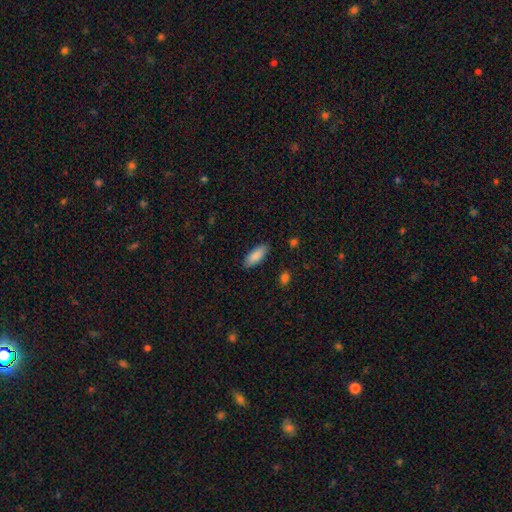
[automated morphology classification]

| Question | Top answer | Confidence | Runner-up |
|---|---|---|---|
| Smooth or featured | smooth | 88% | star or artifact (6%) |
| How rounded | in between | 75% | cigar-shaped (24%) |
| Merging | none | 87% | minor disturbance (9%) |